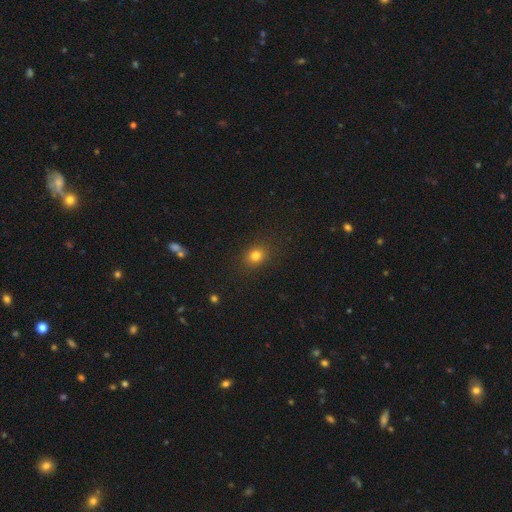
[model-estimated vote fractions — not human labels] A smooth galaxy with no disk features (81%) that is round (62%).

Vote fractions:
- Smooth or featured? smooth: 81% / star or artifact: 13% / featured or disk: 6%
- How rounded? round: 62% / in between: 37% / cigar-shaped: 1%
- Merging? none: 88% / minor disturbance: 9% / major disturbance: 3% / merger: 1%